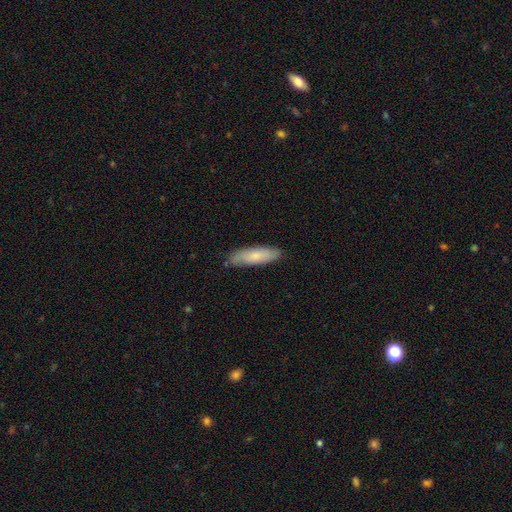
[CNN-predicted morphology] A smooth galaxy with no disk features (76%) that is cigar-shaped (57%).

Vote fractions:
- Smooth or featured? smooth: 76% / featured or disk: 19% / star or artifact: 5%
- How rounded? cigar-shaped: 57% / in between: 41% / round: 1%
- Merging? none: 83% / minor disturbance: 13% / major disturbance: 2% / merger: 1%